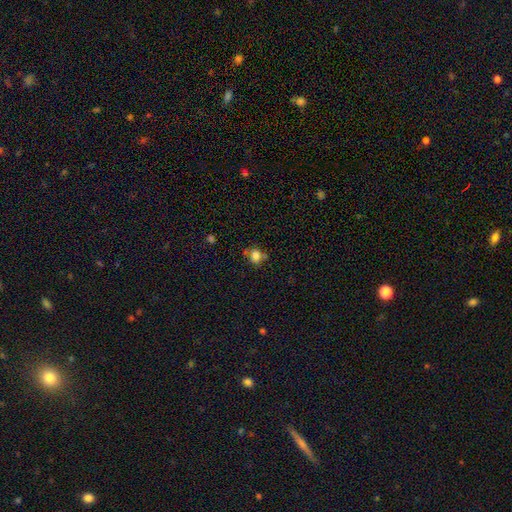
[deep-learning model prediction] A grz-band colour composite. It shows a smooth galaxy with no disk features (77%) that is round (63%). Merging: none (59%).